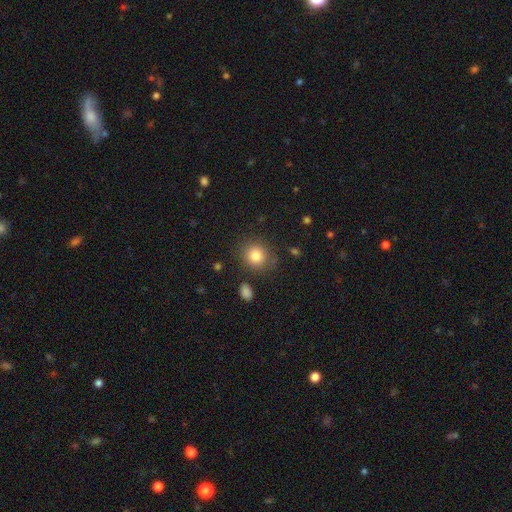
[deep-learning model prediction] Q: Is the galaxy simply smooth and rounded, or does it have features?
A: smooth — 82%.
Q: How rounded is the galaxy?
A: round — 82%.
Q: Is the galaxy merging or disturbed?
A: none — 83%.